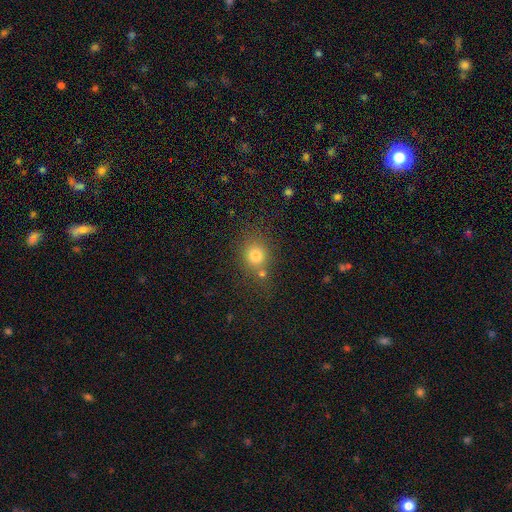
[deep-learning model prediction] Q: Smooth or featured?
A: smooth (77%); runner-up: star or artifact (14%)
Q: How rounded?
A: round (76%); runner-up: in between (23%)
Q: Merging?
A: none (60%); runner-up: merger (23%)